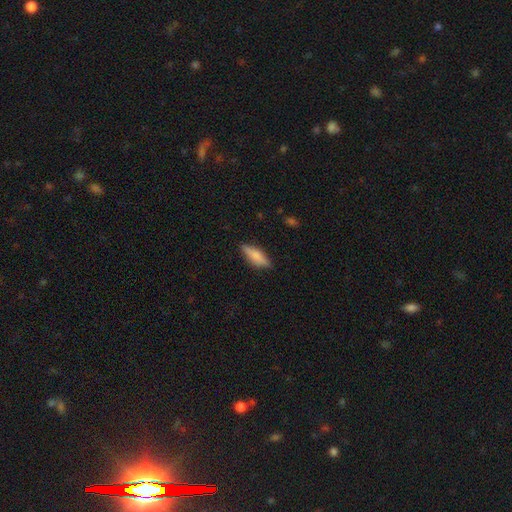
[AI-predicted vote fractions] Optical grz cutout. It shows a smooth galaxy with no disk features (72%) that is cigar-shaped (51%). Merging: none (83%).